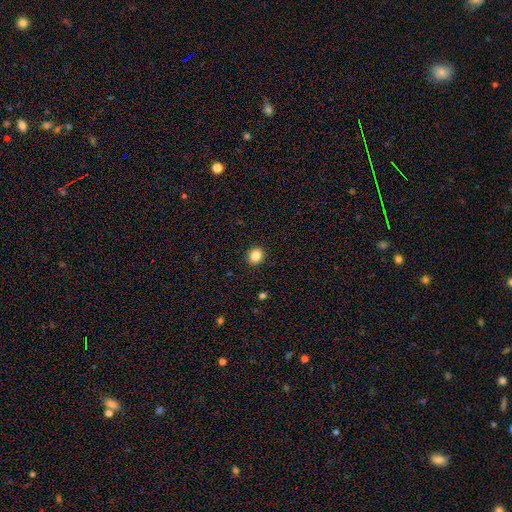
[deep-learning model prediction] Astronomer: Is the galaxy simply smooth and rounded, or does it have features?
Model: smooth — 86%.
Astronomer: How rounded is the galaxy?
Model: round — 76%.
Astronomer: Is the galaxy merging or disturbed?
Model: none — 91%.